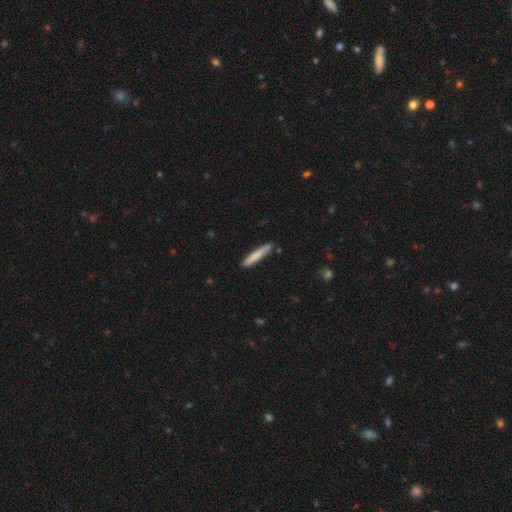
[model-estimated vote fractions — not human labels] Overall: smooth (80%). How rounded: cigar-shaped (94%). Merging: none (85%).